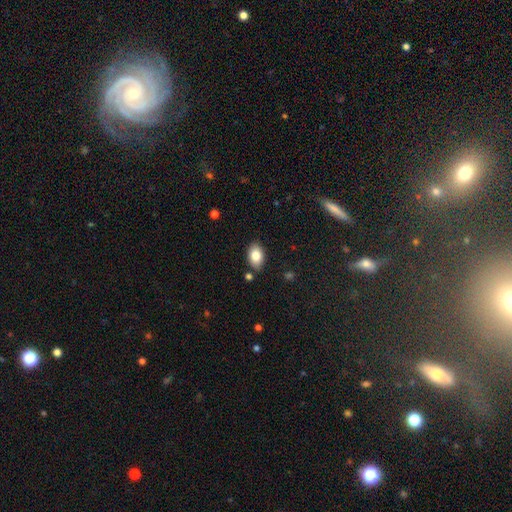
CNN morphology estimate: smooth-or-featured: smooth: 83% | featured or disk: 10% | star or artifact: 7%
  how-rounded: in between: 89% | round: 10% | cigar-shaped: 1%
  merging: none: 85% | minor disturbance: 11% | merger: 3% | major disturbance: 2%